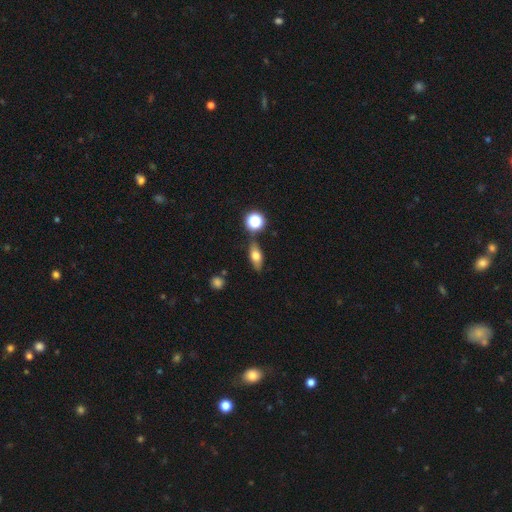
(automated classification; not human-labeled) Morphology: type=smooth (65%); roundness=in between (74%); merging=none (76%).